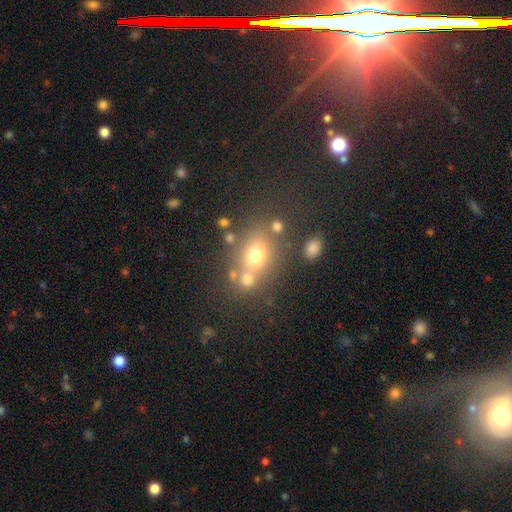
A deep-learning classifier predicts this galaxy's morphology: Smooth or featured? Predicted: smooth (p=0.63). How rounded? Predicted: in between (p=0.50). Merging? Predicted: none (p=0.57).